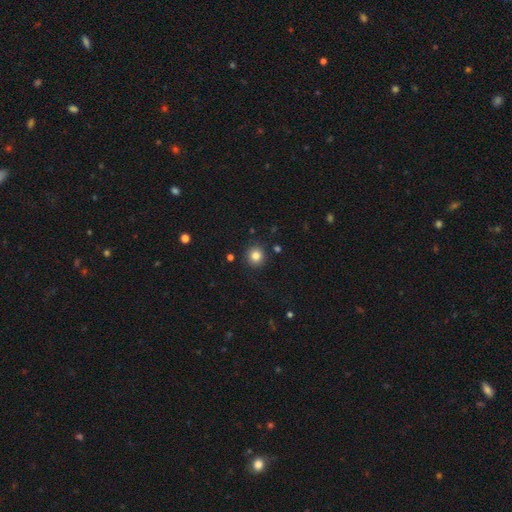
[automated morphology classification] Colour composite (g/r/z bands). It shows a smooth galaxy with no disk features (83%) that is round (92%). Merging: none (90%).